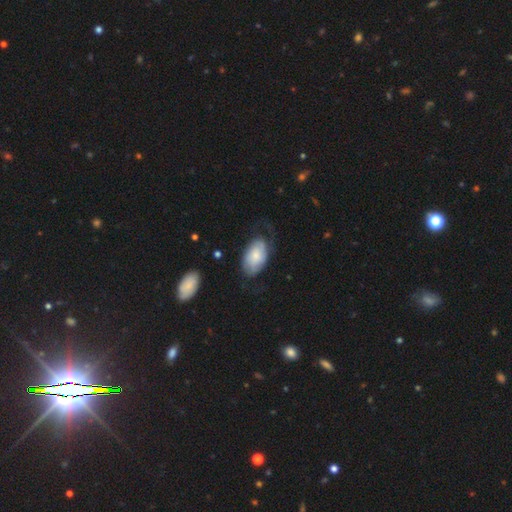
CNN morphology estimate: A smooth galaxy with no disk features (58%) that is in between round and cigar-shaped (93%).

Vote fractions:
- Smooth or featured? smooth: 58% / featured or disk: 35% / star or artifact: 6%
- How rounded? in between: 93% / round: 5% / cigar-shaped: 2%
- Merging? none: 55% / minor disturbance: 26% / major disturbance: 17% / merger: 2%